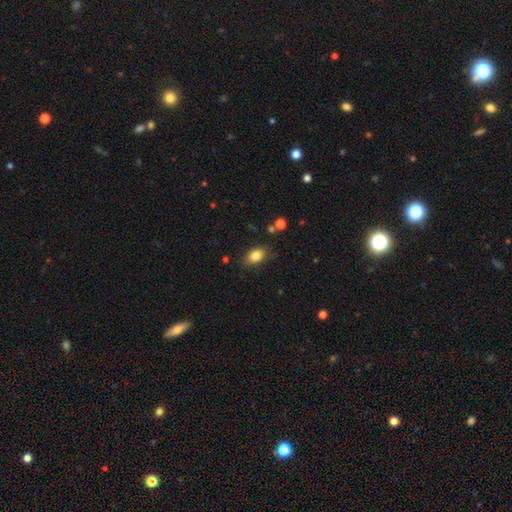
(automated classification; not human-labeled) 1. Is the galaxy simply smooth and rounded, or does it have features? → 83% smooth, 9% star or artifact, 8% featured or disk.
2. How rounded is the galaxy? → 84% in between, 15% round, 2% cigar-shaped.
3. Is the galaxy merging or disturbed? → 81% none, 13% minor disturbance, 3% major disturbance, 2% merger.